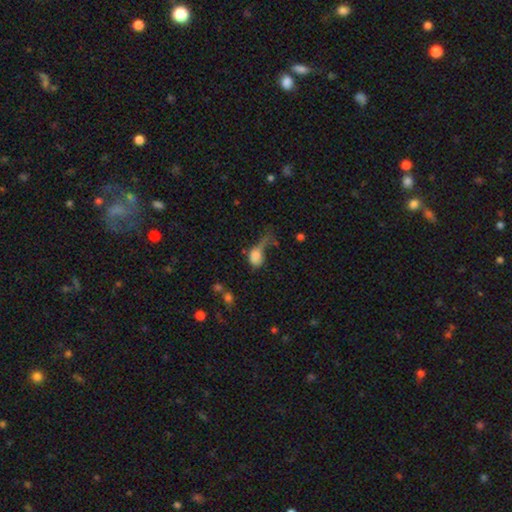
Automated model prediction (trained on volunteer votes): Smooth or featured? Predicted: smooth (p=0.70). How rounded? Predicted: in between (p=0.69). Merging? Predicted: major disturbance (p=0.58).